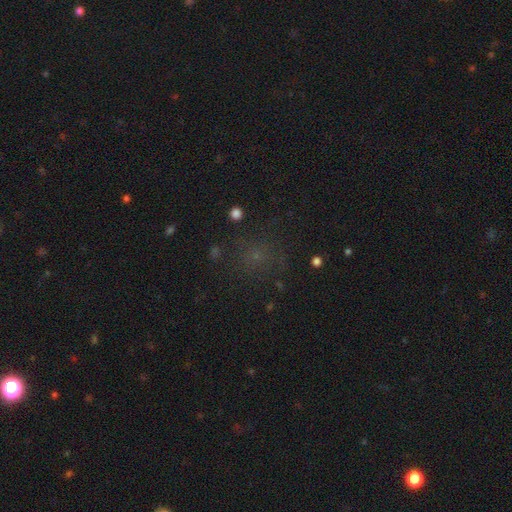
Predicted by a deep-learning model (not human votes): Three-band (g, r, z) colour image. It shows a smooth galaxy with no disk features (48%). Merging: none (73%).